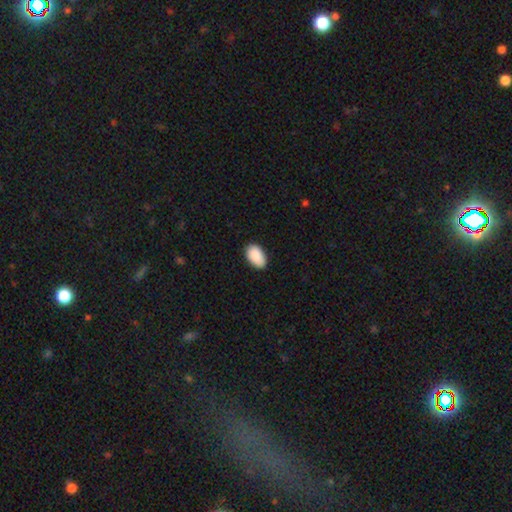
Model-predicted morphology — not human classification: Overall: smooth (89%). How rounded: in between (93%). Merging: none (84%).